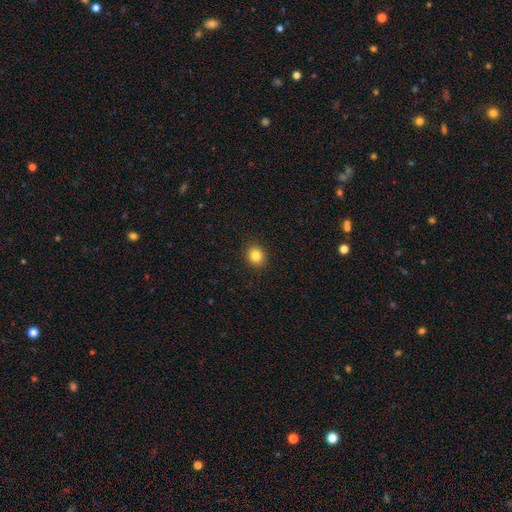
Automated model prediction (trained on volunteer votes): smooth 83%, star or artifact 11%, featured or disk 6%. Down the decision tree: how rounded — round (75%); merging — none (91%).